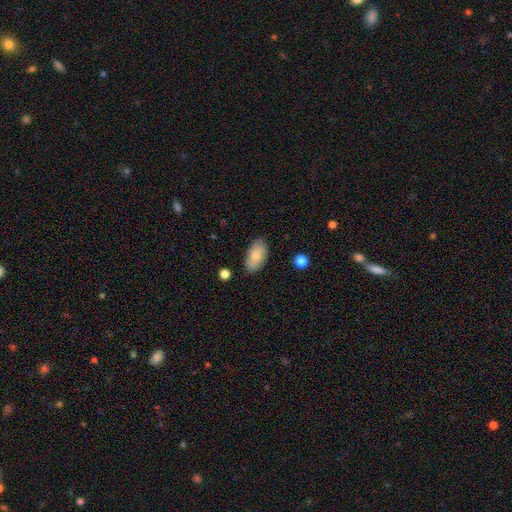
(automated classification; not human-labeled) smooth-or-featured: smooth: 84% | featured or disk: 10% | star or artifact: 7%
  how-rounded: in between: 94% | round: 3% | cigar-shaped: 3%
  merging: none: 84% | minor disturbance: 12% | major disturbance: 3% | merger: 2%